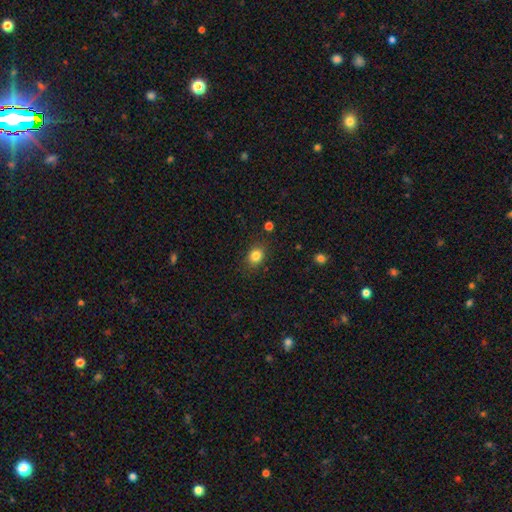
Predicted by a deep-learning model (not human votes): Q: Smooth or featured?
A: smooth (83%); runner-up: star or artifact (11%)
Q: How rounded?
A: round (52%); runner-up: in between (47%)
Q: Merging?
A: none (85%); runner-up: minor disturbance (10%)